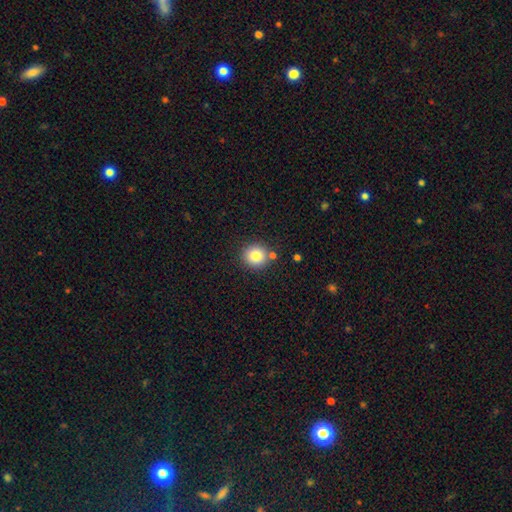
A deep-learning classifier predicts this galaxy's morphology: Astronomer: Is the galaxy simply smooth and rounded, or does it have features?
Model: smooth — 82%.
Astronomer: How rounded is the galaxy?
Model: round — 90%.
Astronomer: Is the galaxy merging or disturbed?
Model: none — 81%.